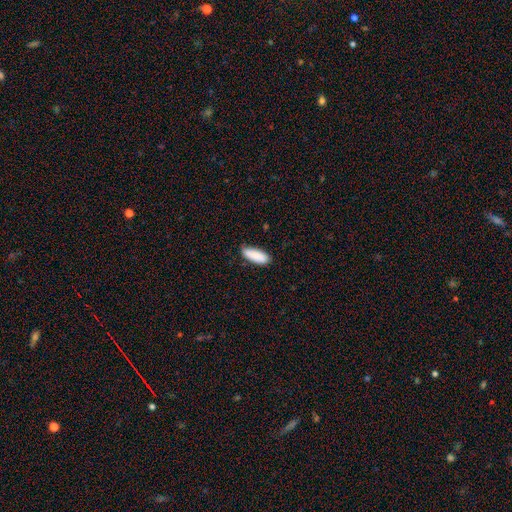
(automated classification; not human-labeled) Smooth or featured? smooth (90%)
How rounded? in between (72%)
Merging? none (80%)